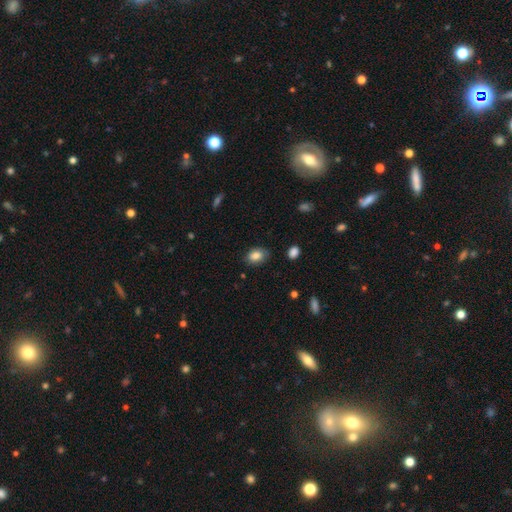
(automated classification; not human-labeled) The model was most divided on "how rounded": in between: 81%, round: 18%, cigar-shaped: 1%. More confident: smooth or featured — smooth (84%); merging — none (81%).